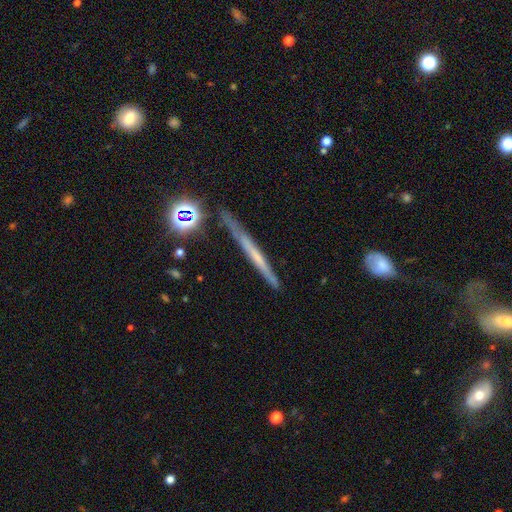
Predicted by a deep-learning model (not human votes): Q: Smooth or featured?
A: featured or disk (51%); runner-up: smooth (36%)
Q: Edge-on disk?
A: yes (92%); runner-up: no (8%)
Q: Merging?
A: none (74%); runner-up: minor disturbance (18%)